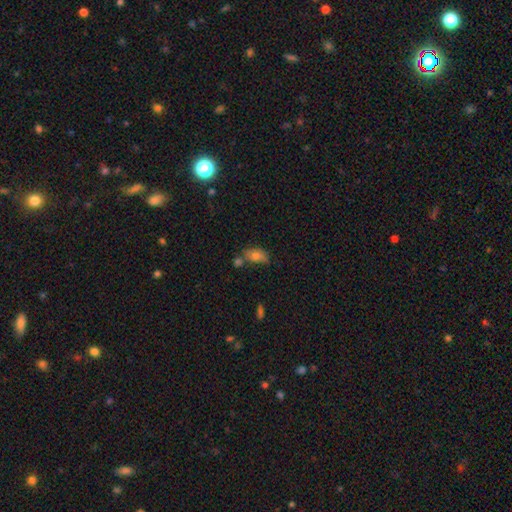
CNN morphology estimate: Smooth or featured?
  - smooth: 73% *
  - featured or disk: 16%
  - star or artifact: 10%
How rounded?
  - in between: 87% *
  - round: 9%
  - cigar-shaped: 4%
Merging?
  - none: 47% *
  - minor disturbance: 23%
  - merger: 23%
  - major disturbance: 7%